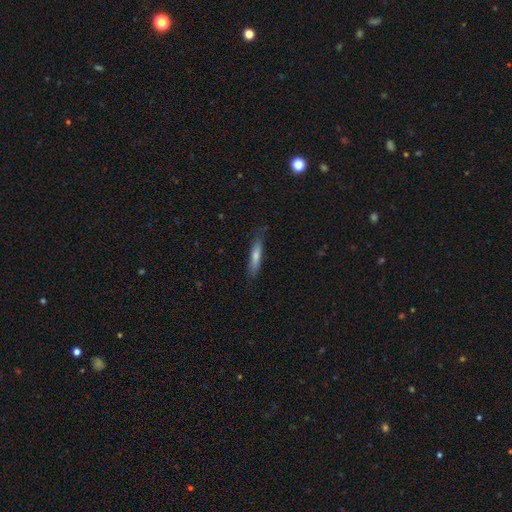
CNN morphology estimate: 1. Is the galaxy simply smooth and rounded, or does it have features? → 59% smooth, 34% featured or disk, 7% star or artifact.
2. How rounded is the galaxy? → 88% cigar-shaped, 10% in between, 2% round.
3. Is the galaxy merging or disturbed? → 80% none, 16% minor disturbance, 3% major disturbance, 1% merger.